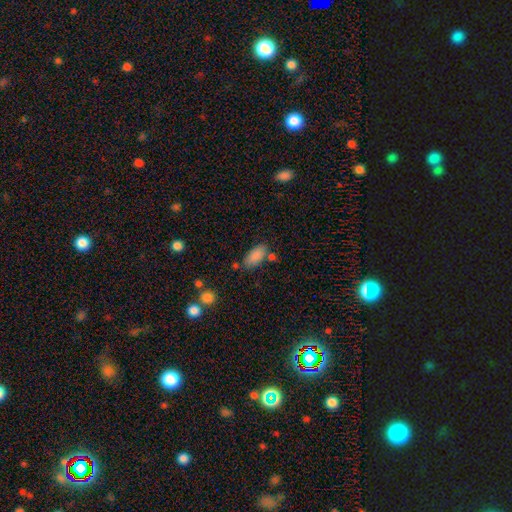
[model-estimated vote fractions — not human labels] The model was most divided on "merging": none: 69%, minor disturbance: 16%, merger: 11%, major disturbance: 4%. More confident: how rounded — in between (90%); smooth or featured — smooth (86%).